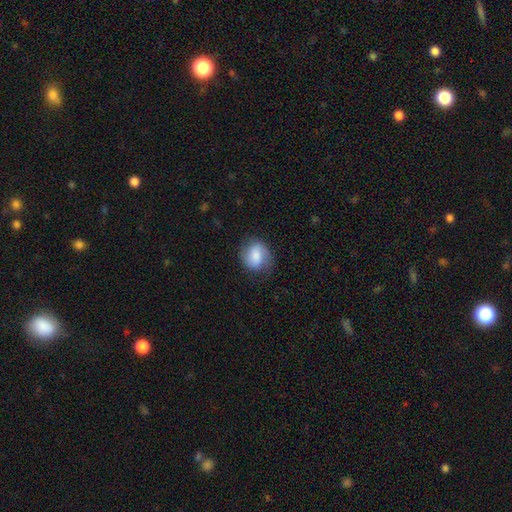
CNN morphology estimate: Smooth or featured: smooth — 67% (featured or disk — 24%)
How rounded: round — 54% (in between — 44%)
Merging: none — 71% (minor disturbance — 20%)